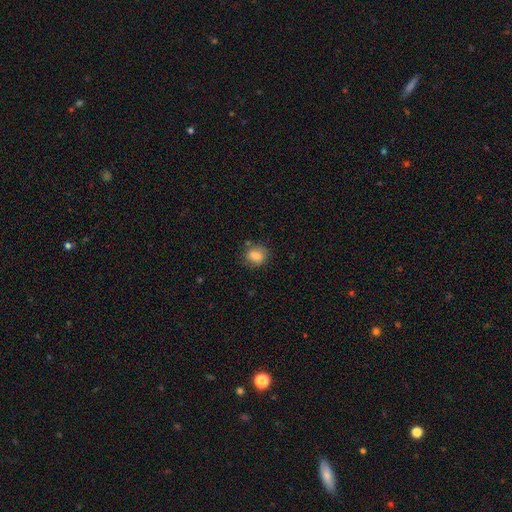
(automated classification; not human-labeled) This is clearly a smooth galaxy (81%). How rounded: likely round (66%). Merging: likely none (77%).